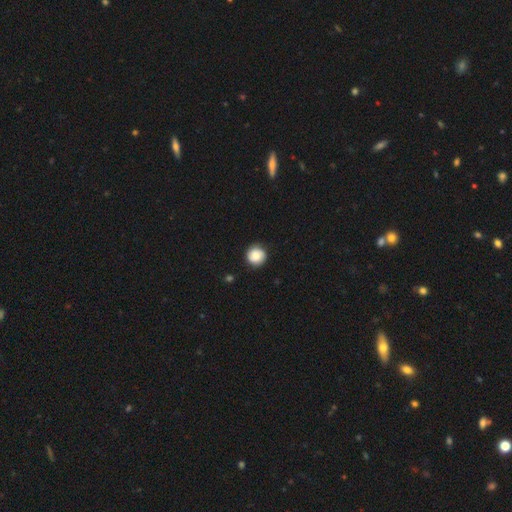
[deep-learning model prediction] This appears to be a smooth galaxy with no disk features (78%) that is round (93%). Merging: none (86%).